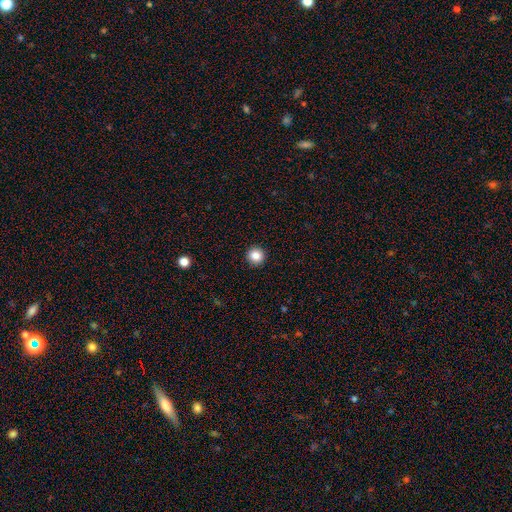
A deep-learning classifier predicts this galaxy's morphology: Smooth or featured?
  - smooth: 86% *
  - star or artifact: 10%
  - featured or disk: 4%
How rounded?
  - round: 95% *
  - in between: 4%
  - cigar-shaped: 1%
Merging?
  - none: 93% *
  - minor disturbance: 4%
  - major disturbance: 1%
  - merger: 1%